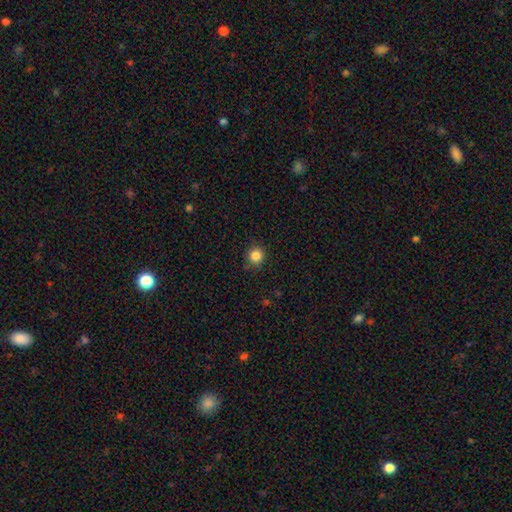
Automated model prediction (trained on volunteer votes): Overall: smooth (84%). How rounded: round (92%). Merging: none (88%).